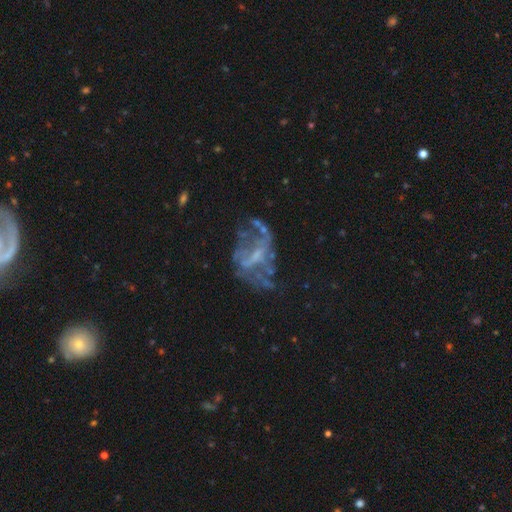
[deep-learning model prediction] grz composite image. It shows a featured or disk galaxy (73%) with no bar (47%), no spiral arms (59%) and no central bulge (42%). Merging: none (37%).